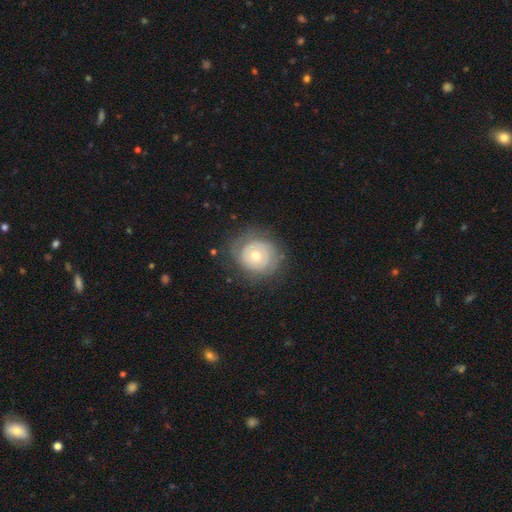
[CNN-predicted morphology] The model was most divided on "bulge size": moderate: 62%, small: 32%, large: 4%, none: 1%, dominant: 1%. More confident: edge-on disk — no (97%); bar — no (82%); spiral arms — yes (76%); merging — none (72%); smooth or featured — featured or disk (65%).